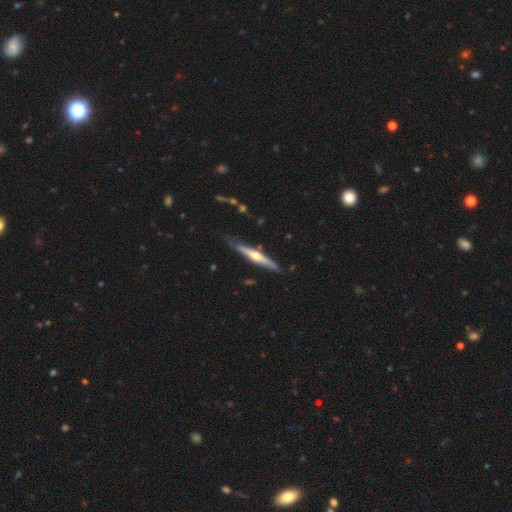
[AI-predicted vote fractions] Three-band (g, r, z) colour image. It shows a featured or disk galaxy (64%) viewed edge-on (96%) with a rounded central bulge (87%). Merging: none (78%).